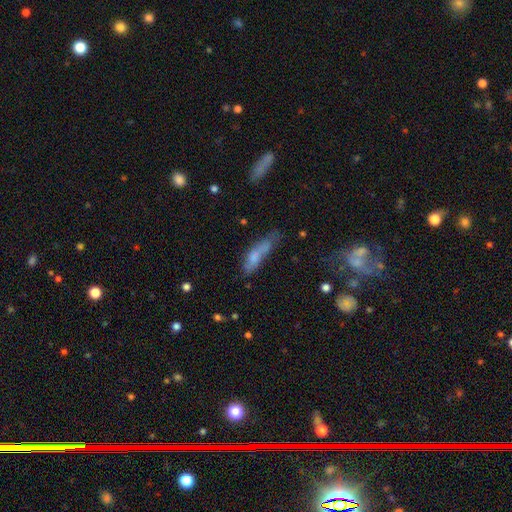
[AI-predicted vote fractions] Morphology: type=smooth (65%); roundness=cigar-shaped (64%); merging=none (38%).